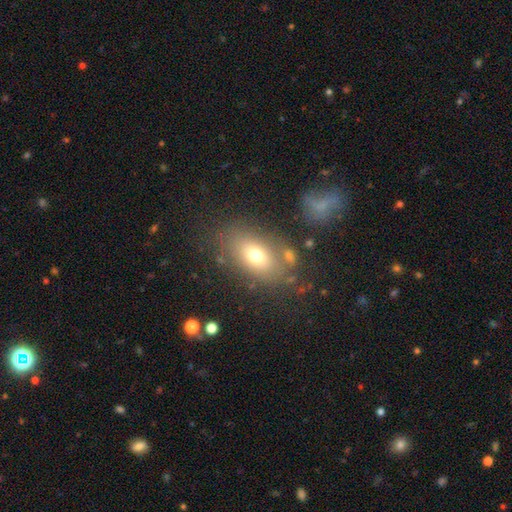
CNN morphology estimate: Smooth or featured?
  - smooth: 70% *
  - featured or disk: 18%
  - star or artifact: 12%
How rounded?
  - in between: 83% *
  - round: 14%
  - cigar-shaped: 3%
Merging?
  - none: 73% *
  - minor disturbance: 13%
  - major disturbance: 7%
  - merger: 6%